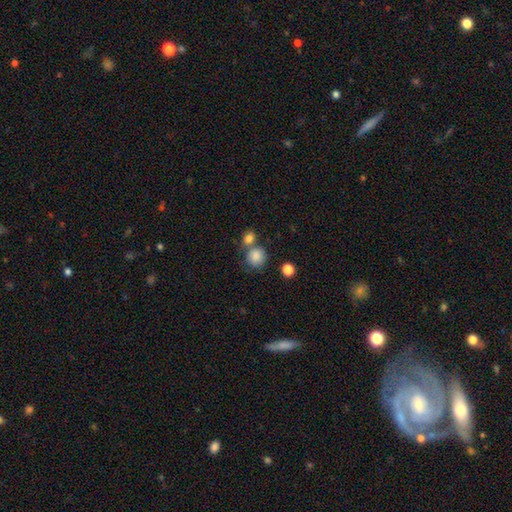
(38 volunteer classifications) smooth 92%, featured or disk 5%, star or artifact 3%. Down the decision tree: how rounded — round (89%); merging — none (62%).